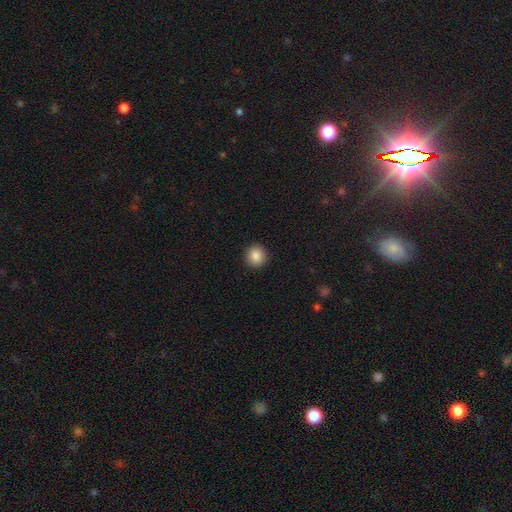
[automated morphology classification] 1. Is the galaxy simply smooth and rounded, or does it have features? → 87% smooth, 9% star or artifact, 4% featured or disk.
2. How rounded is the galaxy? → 92% round, 7% in between, 1% cigar-shaped.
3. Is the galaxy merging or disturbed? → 93% none, 5% minor disturbance, 2% major disturbance, 1% merger.